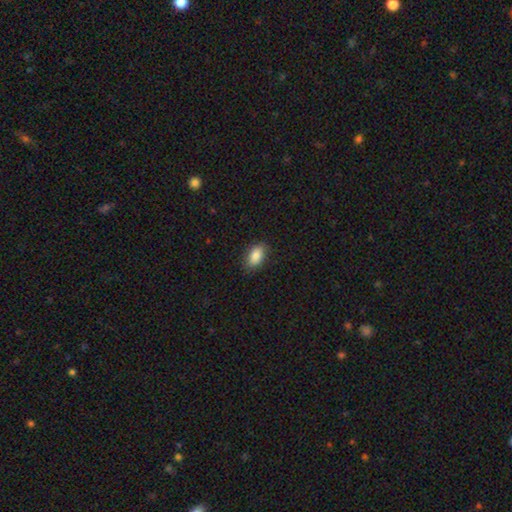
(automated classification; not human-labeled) The model was most divided on "merging": none: 86%, minor disturbance: 11%, major disturbance: 2%, merger: 1%. More confident: how rounded — in between (90%); smooth or featured — smooth (86%).